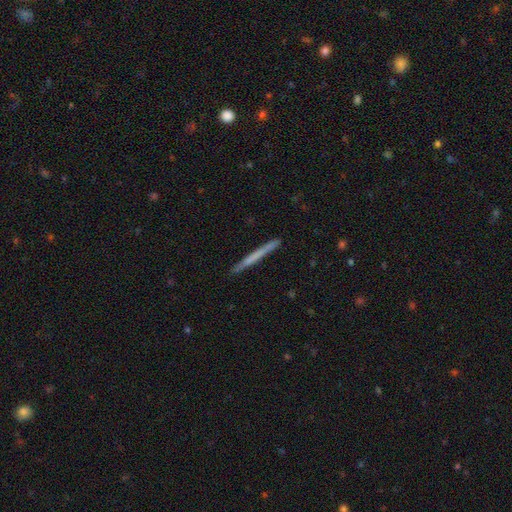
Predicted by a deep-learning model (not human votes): This appears to be a smooth galaxy with no disk features (53%) that is cigar-shaped (97%). Merging: none (91%).